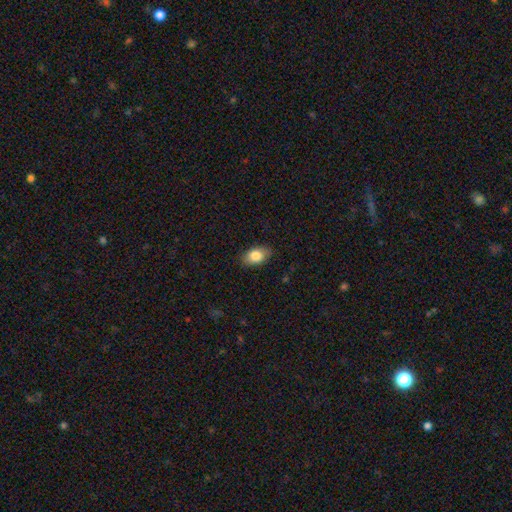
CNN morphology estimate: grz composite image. It shows a smooth galaxy with no disk features (83%) that is in between round and cigar-shaped (90%). Merging: none (86%).